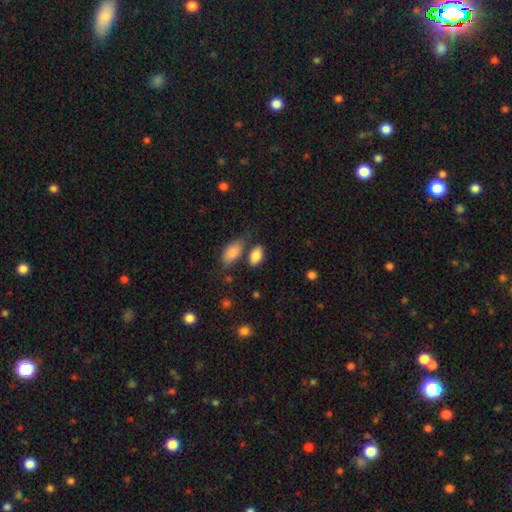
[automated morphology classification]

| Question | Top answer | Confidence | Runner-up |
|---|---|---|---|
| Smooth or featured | smooth | 86% | star or artifact (7%) |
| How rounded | in between | 91% | round (6%) |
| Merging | none | 63% | merger (16%) |